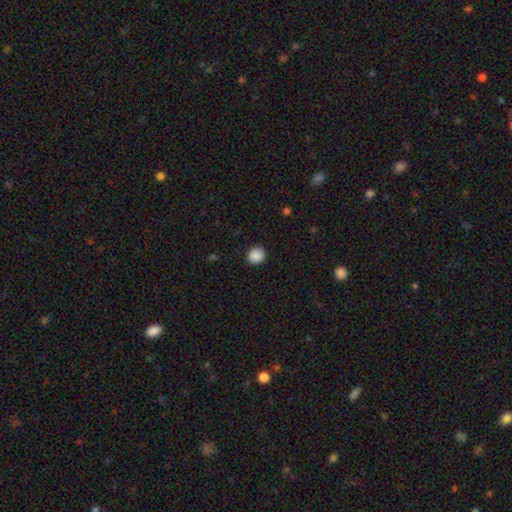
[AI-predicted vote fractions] Q: Smooth or featured?
A: smooth (88%); runner-up: star or artifact (9%)
Q: How rounded?
A: round (90%); runner-up: in between (9%)
Q: Merging?
A: none (91%); runner-up: minor disturbance (6%)